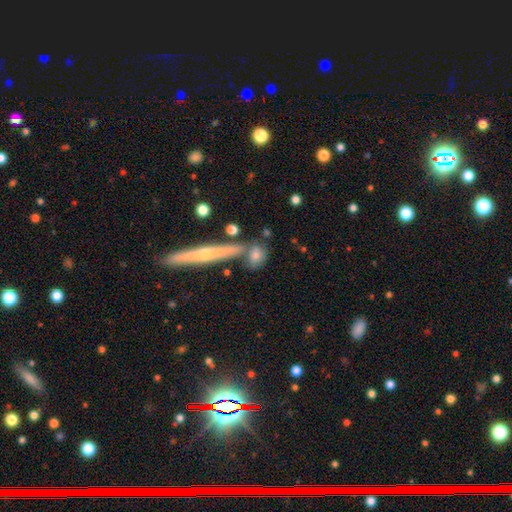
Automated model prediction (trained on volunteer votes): Smooth or featured?
  - smooth: 70% *
  - featured or disk: 21%
  - star or artifact: 9%
How rounded?
  - in between: 47% *
  - round: 28%
  - cigar-shaped: 25%
Merging?
  - none: 60% *
  - merger: 20%
  - minor disturbance: 15%
  - major disturbance: 6%